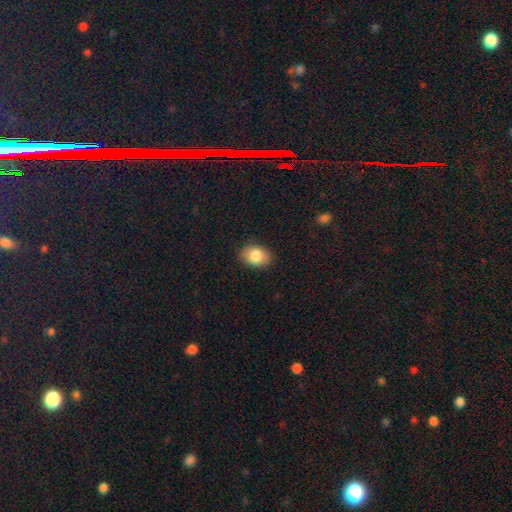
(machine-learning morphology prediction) The model was most divided on "how rounded": in between: 74%, round: 25%, cigar-shaped: 1%. More confident: merging — none (86%); smooth or featured — smooth (83%).